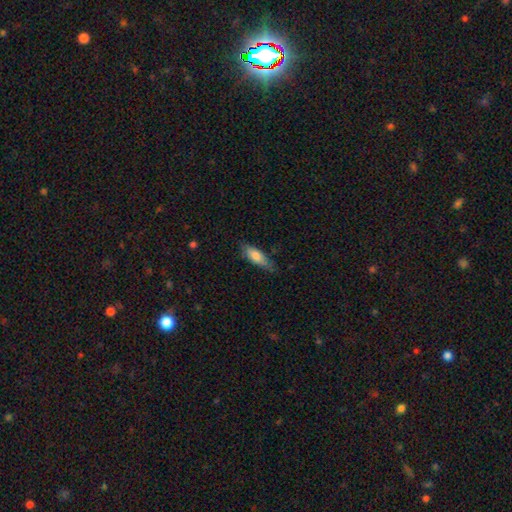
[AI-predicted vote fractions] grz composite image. It shows a smooth galaxy with no disk features (75%) that is in between round and cigar-shaped (65%). Merging: none (66%).